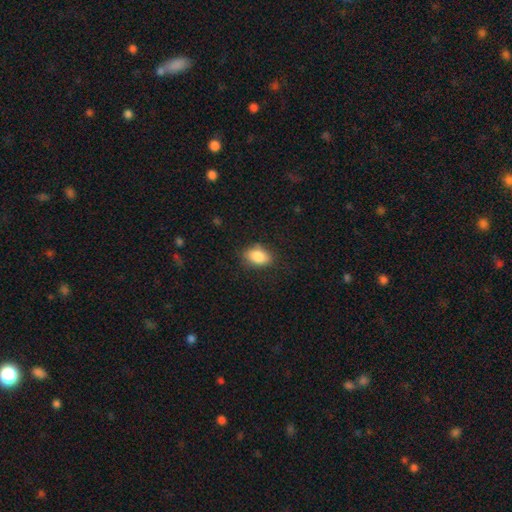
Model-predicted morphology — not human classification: Overall: smooth (86%). How rounded: in between (84%). Merging: none (80%).